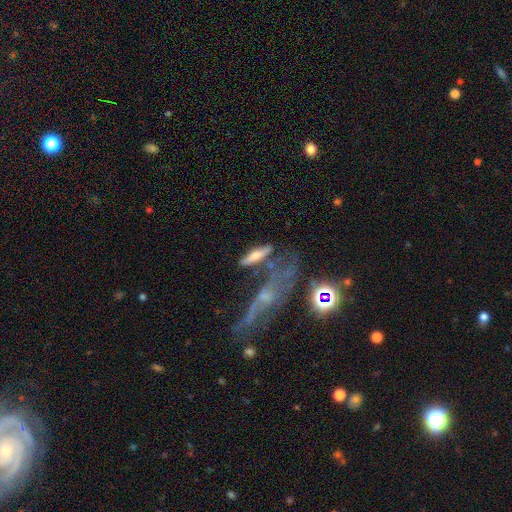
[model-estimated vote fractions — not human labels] Q: Smooth or featured?
A: smooth (53%); runner-up: featured or disk (38%)
Q: How rounded?
A: cigar-shaped (63%); runner-up: in between (34%)
Q: Merging?
A: none (54%); runner-up: minor disturbance (18%)